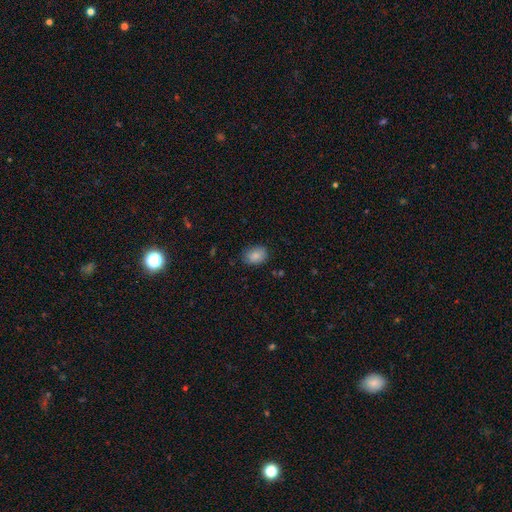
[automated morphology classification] Smooth or featured? Predicted: smooth (p=0.86). How rounded? Predicted: in between (p=0.77). Merging? Predicted: none (p=0.82).